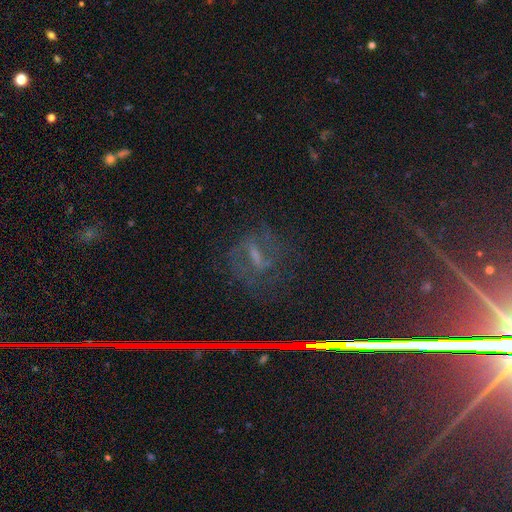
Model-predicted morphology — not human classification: Smooth or featured? featured or disk (43%)
Merging? none (71%)